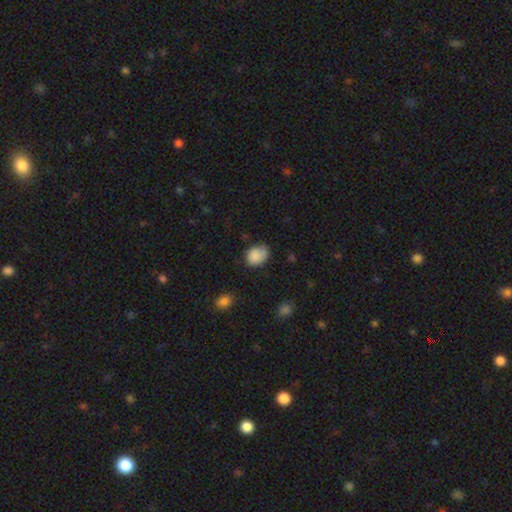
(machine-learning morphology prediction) Q: Smooth or featured?
A: smooth (86%); runner-up: star or artifact (8%)
Q: How rounded?
A: in between (53%); runner-up: round (46%)
Q: Merging?
A: none (56%); runner-up: minor disturbance (32%)